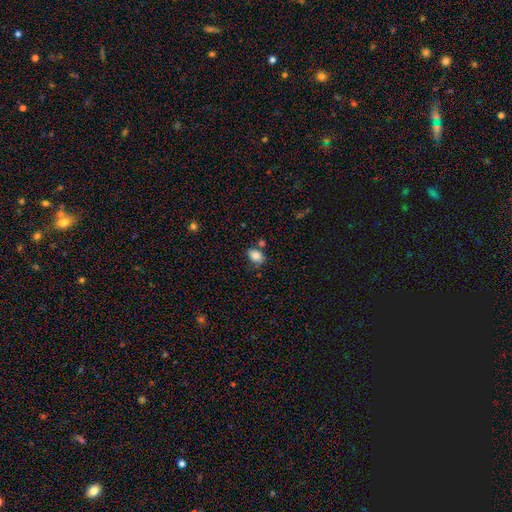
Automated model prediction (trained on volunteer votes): Q: Smooth or featured?
A: smooth (85%); runner-up: star or artifact (9%)
Q: How rounded?
A: in between (81%); runner-up: round (18%)
Q: Merging?
A: none (61%); runner-up: minor disturbance (21%)